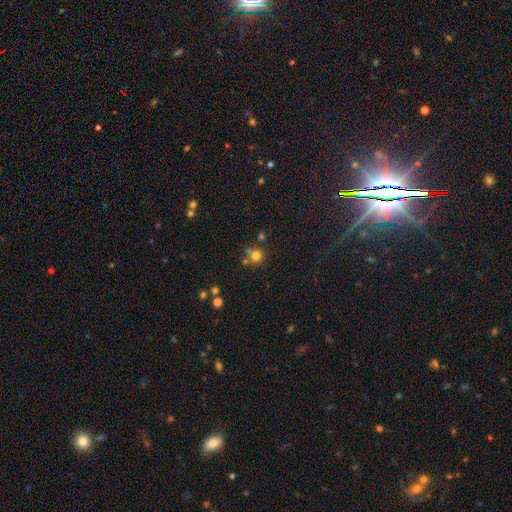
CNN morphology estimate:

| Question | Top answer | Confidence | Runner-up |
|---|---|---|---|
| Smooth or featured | smooth | 75% | star or artifact (16%) |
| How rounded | round | 91% | in between (8%) |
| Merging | none | 63% | merger (24%) |